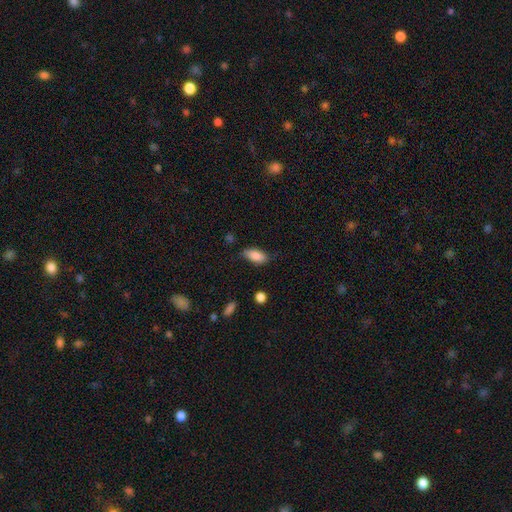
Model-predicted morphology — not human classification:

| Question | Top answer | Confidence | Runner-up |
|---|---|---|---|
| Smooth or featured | smooth | 86% | star or artifact (7%) |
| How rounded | in between | 88% | cigar-shaped (10%) |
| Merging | none | 74% | minor disturbance (20%) |